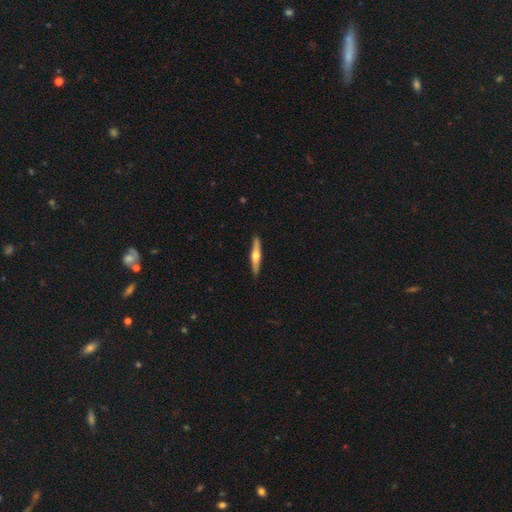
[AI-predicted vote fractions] The model was most divided on "smooth or featured": featured or disk: 61%, smooth: 34%, star or artifact: 5%. More confident: edge-on disk — yes (96%); edge-on bulge — rounded (93%); merging — none (91%).